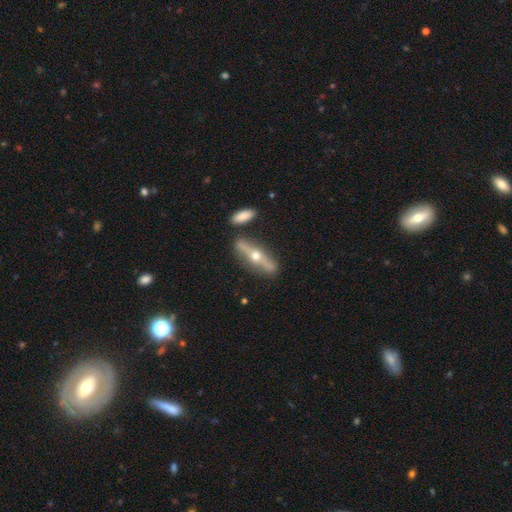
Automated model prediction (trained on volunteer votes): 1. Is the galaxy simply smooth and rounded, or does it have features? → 71% featured or disk, 22% smooth, 6% star or artifact.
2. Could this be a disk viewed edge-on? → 86% yes, 14% no.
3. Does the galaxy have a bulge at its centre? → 95% rounded, 3% none, 2% boxy.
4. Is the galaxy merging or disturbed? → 79% none, 10% minor disturbance, 8% merger, 3% major disturbance.